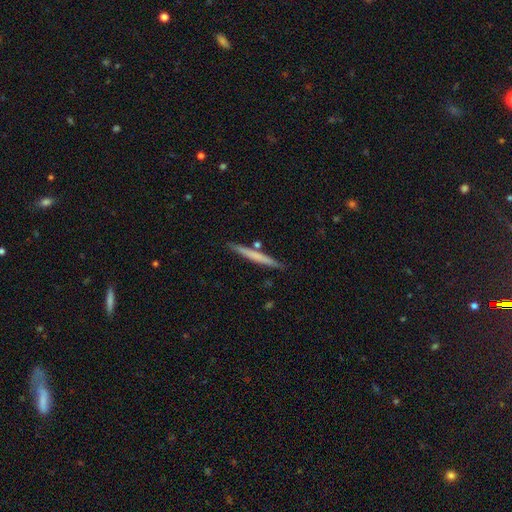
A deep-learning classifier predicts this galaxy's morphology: smooth-or-featured: smooth: 57% | featured or disk: 38% | star or artifact: 5%
  how-rounded: cigar-shaped: 97% | in between: 2% | round: 1%
  merging: none: 86% | minor disturbance: 8% | merger: 4% | major disturbance: 2%